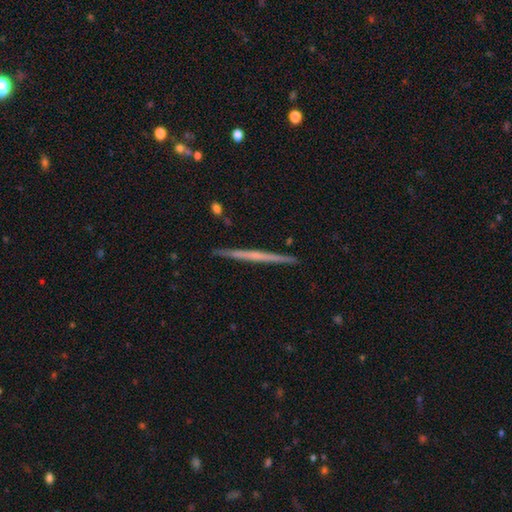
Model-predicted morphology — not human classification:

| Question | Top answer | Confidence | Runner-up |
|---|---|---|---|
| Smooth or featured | featured or disk | 61% | smooth (34%) |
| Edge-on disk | yes | 98% | no (2%) |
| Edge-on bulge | none | 83% | rounded (12%) |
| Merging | none | 92% | minor disturbance (5%) |